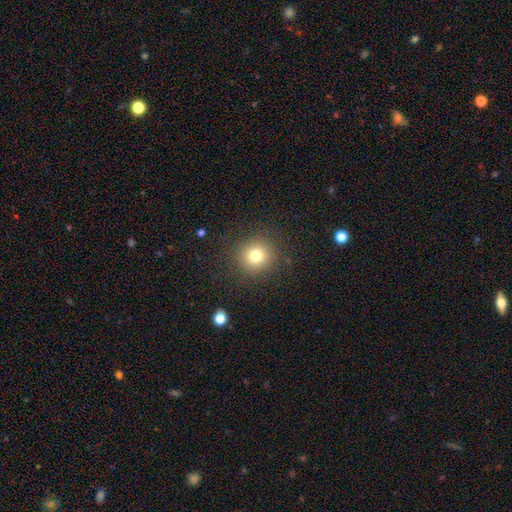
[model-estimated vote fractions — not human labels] Overall: smooth (77%). How rounded: round (91%). Merging: none (88%).